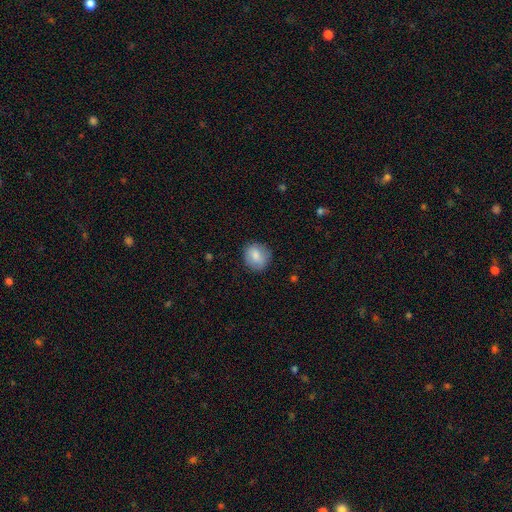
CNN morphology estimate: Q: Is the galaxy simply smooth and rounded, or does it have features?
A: smooth — 81%.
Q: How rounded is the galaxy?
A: round — 80%.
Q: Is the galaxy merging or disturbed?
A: none — 84%.